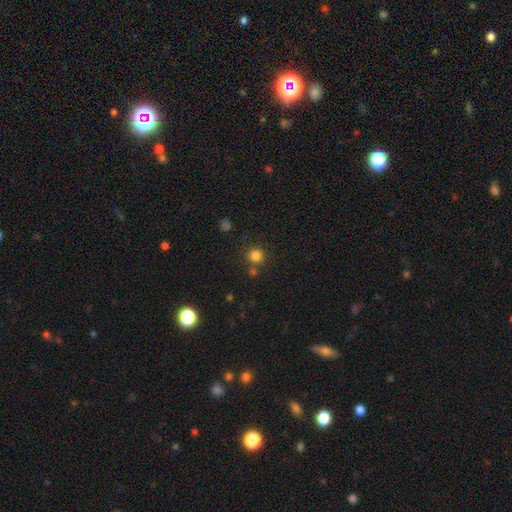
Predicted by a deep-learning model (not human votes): smooth-or-featured: smooth: 82% | star or artifact: 13% | featured or disk: 5%
  how-rounded: round: 93% | in between: 6% | cigar-shaped: 1%
  merging: none: 76% | merger: 12% | minor disturbance: 8% | major disturbance: 3%